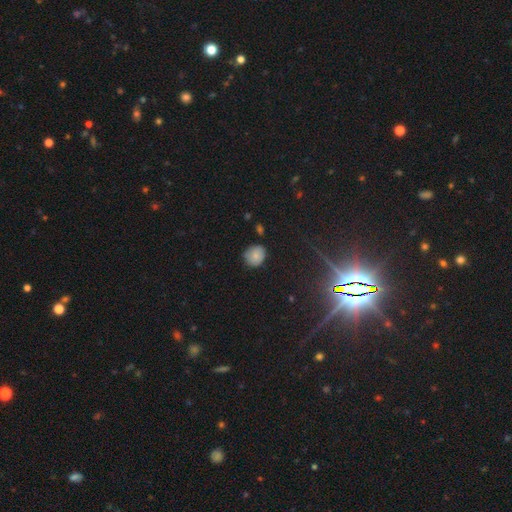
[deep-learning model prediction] Smooth or featured?
  - smooth: 77% *
  - star or artifact: 13%
  - featured or disk: 10%
How rounded?
  - round: 74% *
  - in between: 25%
  - cigar-shaped: 1%
Merging?
  - none: 73% *
  - minor disturbance: 21%
  - major disturbance: 3%
  - merger: 2%